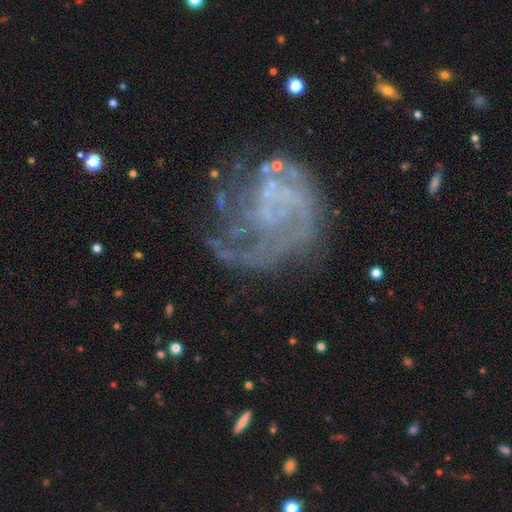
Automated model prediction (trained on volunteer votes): Q: Smooth or featured?
A: featured or disk (79%); runner-up: smooth (11%)
Q: Edge-on disk?
A: no (98%); runner-up: yes (2%)
Q: Bar?
A: no (79%); runner-up: weak (17%)
Q: Spiral arms?
A: yes (75%); runner-up: no (25%)
Q: Spiral winding?
A: tight (40%); runner-up: medium (32%)
Q: Spiral arm count?
A: 1 (30%); runner-up: can't tell (29%)
Q: Bulge size?
A: none (73%); runner-up: small (16%)
Q: Merging?
A: none (48%); runner-up: major disturbance (30%)